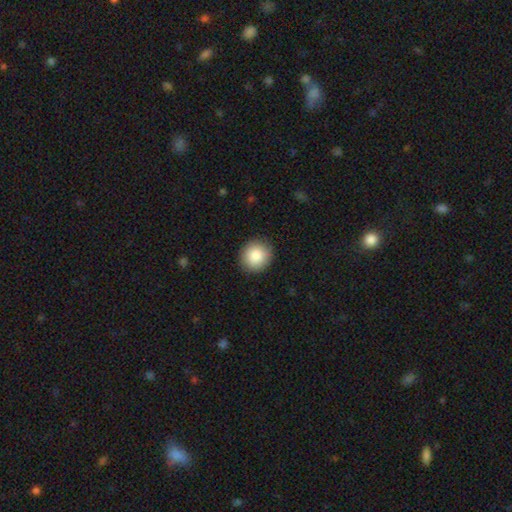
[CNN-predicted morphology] Smooth or featured? Predicted: smooth (p=0.88). How rounded? Predicted: round (p=0.87). Merging? Predicted: none (p=0.90).